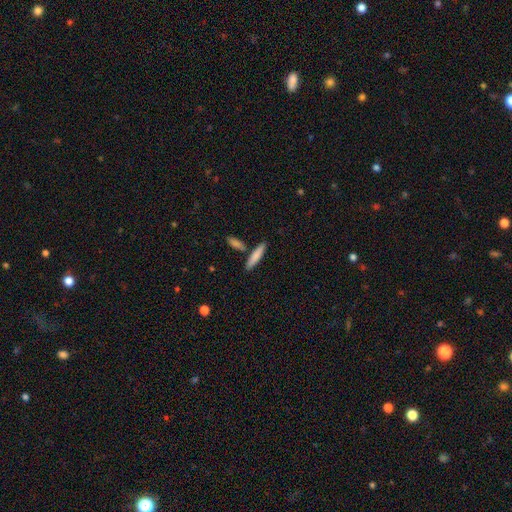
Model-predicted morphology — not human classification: smooth 82%, featured or disk 13%, star or artifact 6%. Down the decision tree: how rounded — cigar-shaped (81%); merging — none (81%).